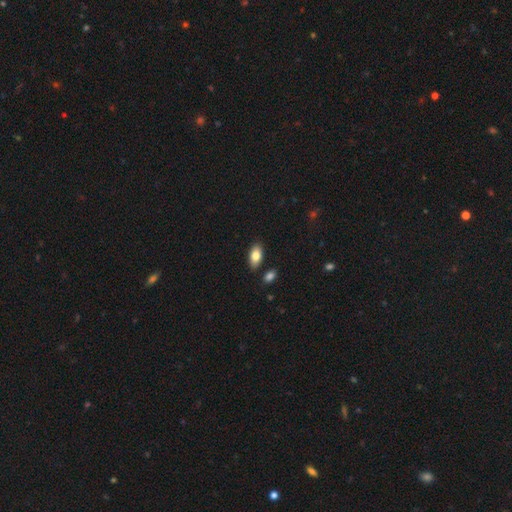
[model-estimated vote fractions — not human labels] This is clearly a smooth galaxy (81%). How rounded: clearly in between (92%). Merging: clearly none (85%).